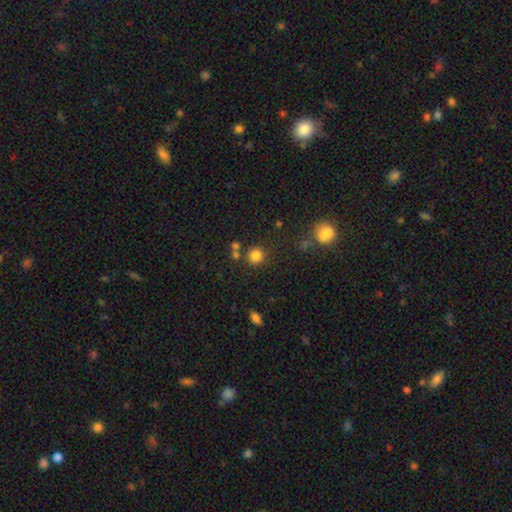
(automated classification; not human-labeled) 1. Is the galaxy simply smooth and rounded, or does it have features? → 80% smooth, 14% star or artifact, 5% featured or disk.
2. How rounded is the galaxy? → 92% round, 7% in between, 1% cigar-shaped.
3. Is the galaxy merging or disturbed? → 78% none, 10% merger, 8% minor disturbance, 4% major disturbance.